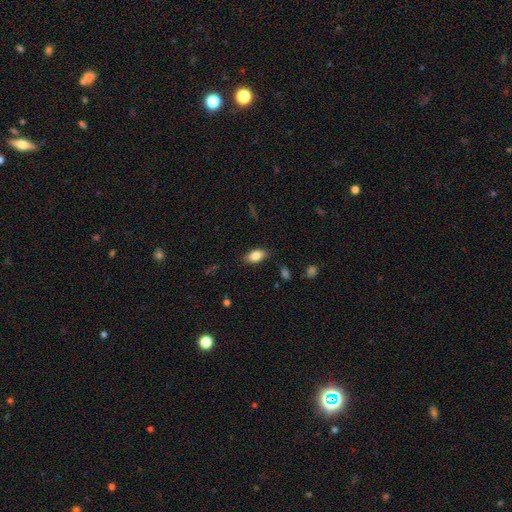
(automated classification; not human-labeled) This appears to be a smooth galaxy with no disk features (82%) that is in between round and cigar-shaped (90%). Merging: none (84%).